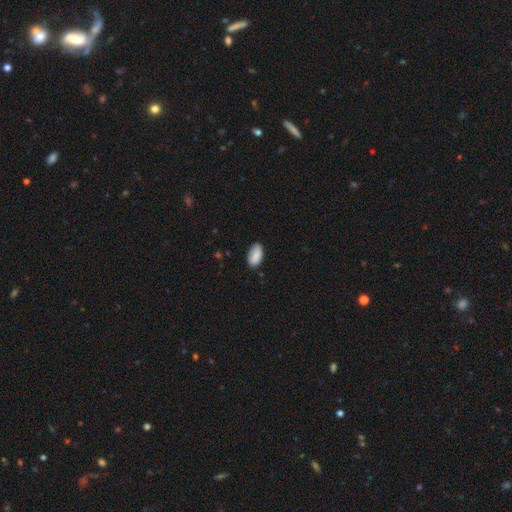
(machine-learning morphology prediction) A smooth galaxy with no disk features (88%) that is in between round and cigar-shaped (94%).

Vote fractions:
- Smooth or featured? smooth: 88% / star or artifact: 7% / featured or disk: 5%
- How rounded? in between: 94% / cigar-shaped: 3% / round: 3%
- Merging? none: 83% / minor disturbance: 13% / major disturbance: 2% / merger: 1%